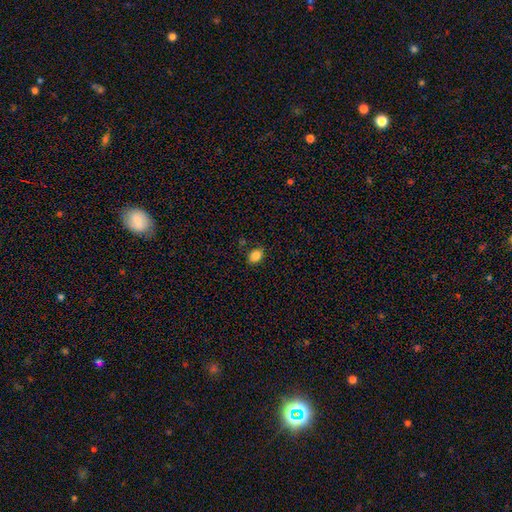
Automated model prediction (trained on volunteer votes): smooth 85%, star or artifact 10%, featured or disk 5%. Down the decision tree: how rounded — in between (73%); merging — none (83%).